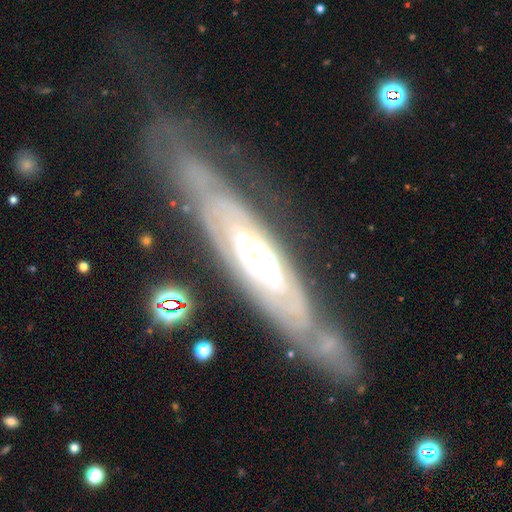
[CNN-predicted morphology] Q: Smooth or featured?
A: featured or disk (82%); runner-up: smooth (11%)
Q: Edge-on disk?
A: no (68%); runner-up: yes (32%)
Q: Bar?
A: no (66%); runner-up: weak (22%)
Q: Spiral arms?
A: yes (75%); runner-up: no (25%)
Q: Bulge size?
A: small (45%); runner-up: moderate (43%)
Q: Merging?
A: none (62%); runner-up: minor disturbance (21%)